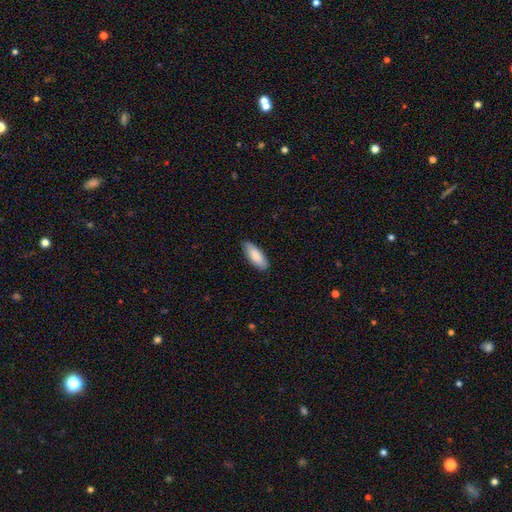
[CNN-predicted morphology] smooth 86%, featured or disk 8%, star or artifact 5%. Down the decision tree: how rounded — in between (72%); merging — none (88%).